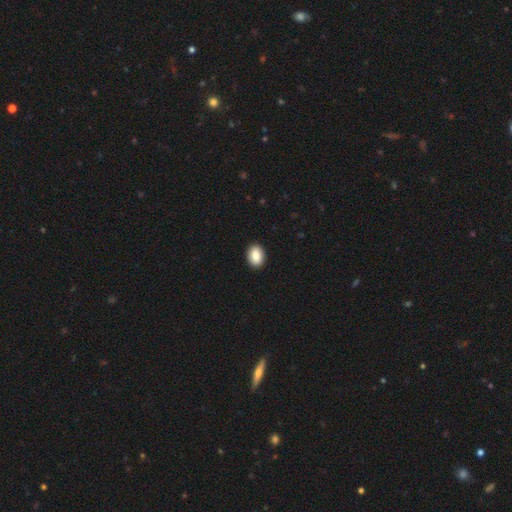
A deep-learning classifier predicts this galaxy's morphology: A smooth galaxy with no disk features (85%) that is in between round and cigar-shaped (76%).

Vote fractions:
- Smooth or featured? smooth: 85% / featured or disk: 8% / star or artifact: 7%
- How rounded? in between: 76% / round: 23% / cigar-shaped: 1%
- Merging? none: 92% / minor disturbance: 6% / major disturbance: 2% / merger: 1%